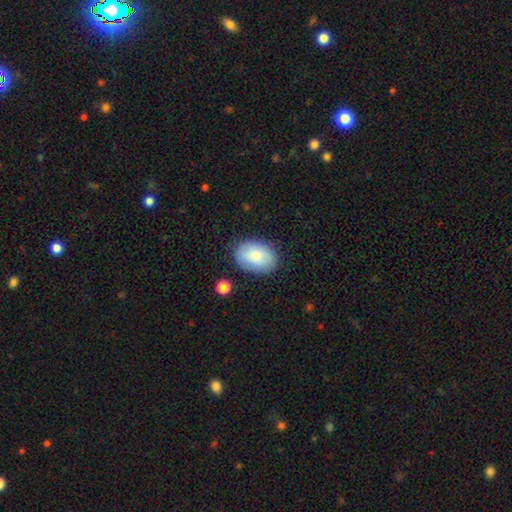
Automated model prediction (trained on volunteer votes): Smooth or featured: smooth — 79% (featured or disk — 15%)
How rounded: in between — 82% (round — 17%)
Merging: none — 81% (minor disturbance — 14%)